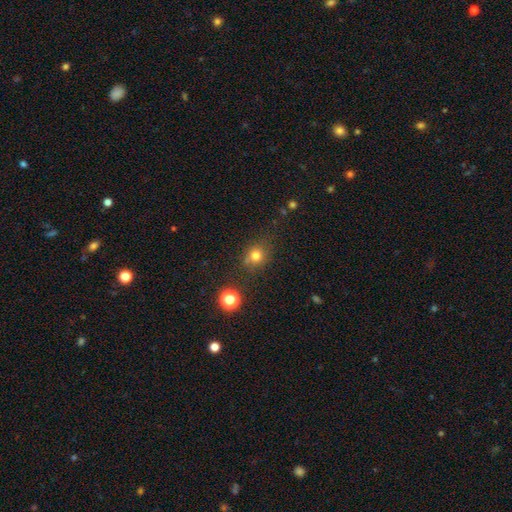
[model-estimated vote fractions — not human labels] smooth-or-featured: smooth: 76% | star or artifact: 16% | featured or disk: 8%
  how-rounded: round: 76% | in between: 23% | cigar-shaped: 1%
  merging: none: 75% | minor disturbance: 16% | major disturbance: 5% | merger: 5%